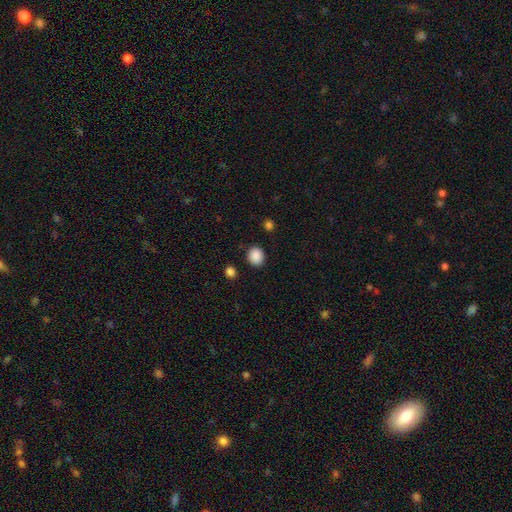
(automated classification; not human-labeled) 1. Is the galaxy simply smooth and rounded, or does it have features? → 89% smooth, 9% star or artifact, 3% featured or disk.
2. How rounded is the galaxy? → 76% round, 23% in between, 1% cigar-shaped.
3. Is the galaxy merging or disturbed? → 88% none, 7% minor disturbance, 2% major disturbance, 2% merger.